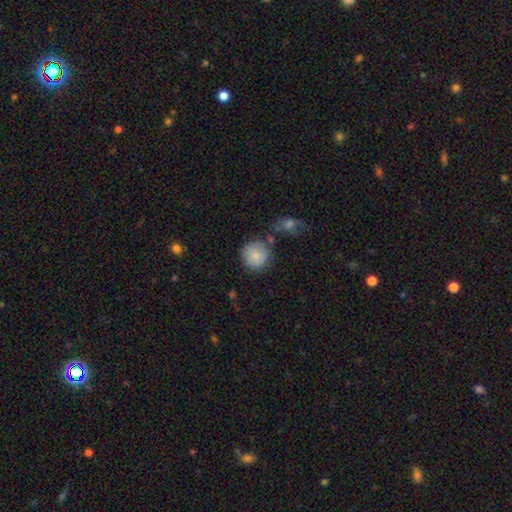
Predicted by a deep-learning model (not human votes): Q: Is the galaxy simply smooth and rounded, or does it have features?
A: smooth — 83%.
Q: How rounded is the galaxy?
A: round — 93%.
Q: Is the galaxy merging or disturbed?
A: none — 74%.